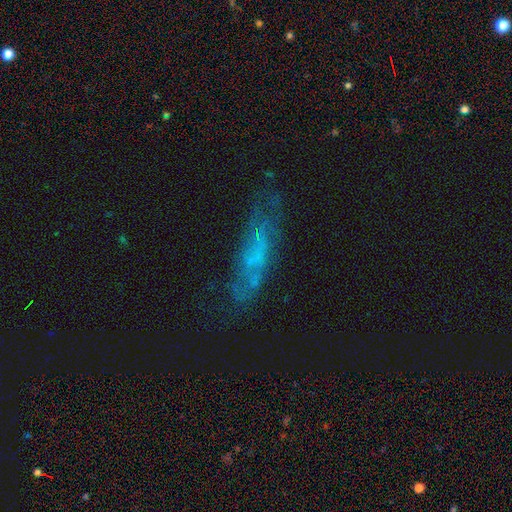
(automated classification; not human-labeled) Smooth or featured?
  - featured or disk: 49% *
  - smooth: 37%
  - star or artifact: 14%
Merging?
  - none: 61% *
  - minor disturbance: 22%
  - major disturbance: 14%
  - merger: 3%